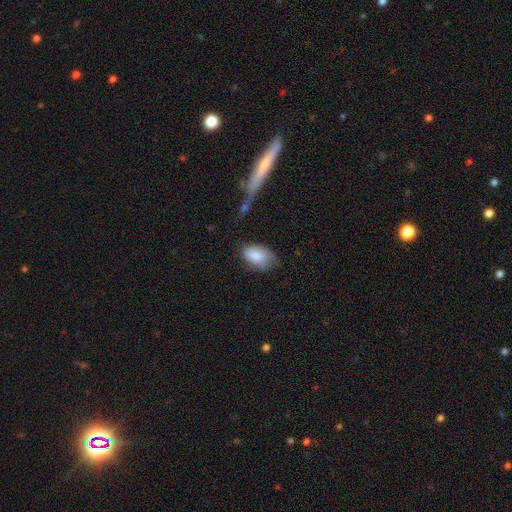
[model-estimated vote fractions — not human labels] Overall: smooth (80%). How rounded: in between (91%). Merging: none (53%; minor disturbance 33%).